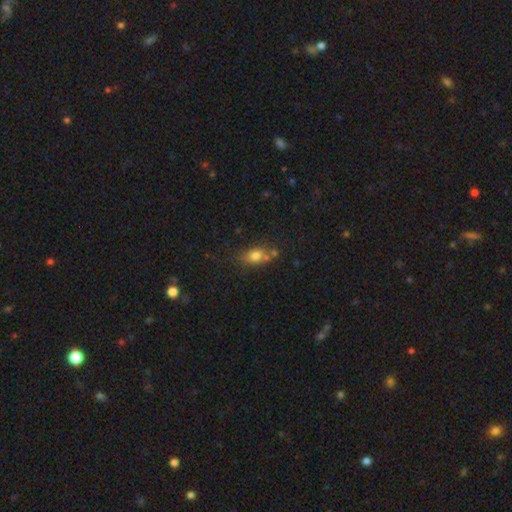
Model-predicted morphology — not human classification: A smooth galaxy with no disk features (73%) that is in between round and cigar-shaped (70%).

Vote fractions:
- Smooth or featured? smooth: 73% / featured or disk: 15% / star or artifact: 12%
- How rounded? in between: 70% / round: 23% / cigar-shaped: 6%
- Merging? none: 58% / minor disturbance: 18% / merger: 17% / major disturbance: 6%